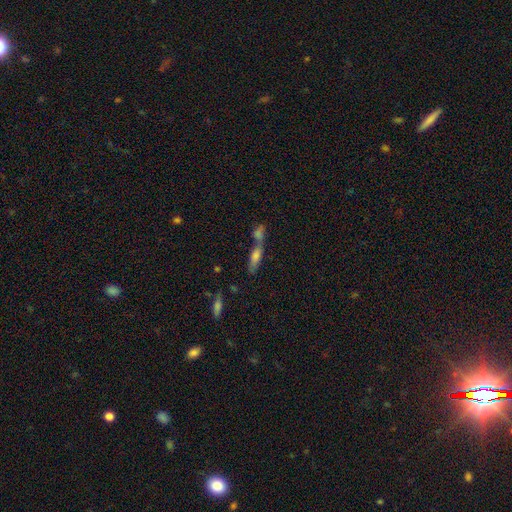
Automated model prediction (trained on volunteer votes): Smooth or featured? Predicted: smooth (p=0.52). How rounded? Predicted: cigar-shaped (p=0.62). Merging? Predicted: merger (p=0.55).